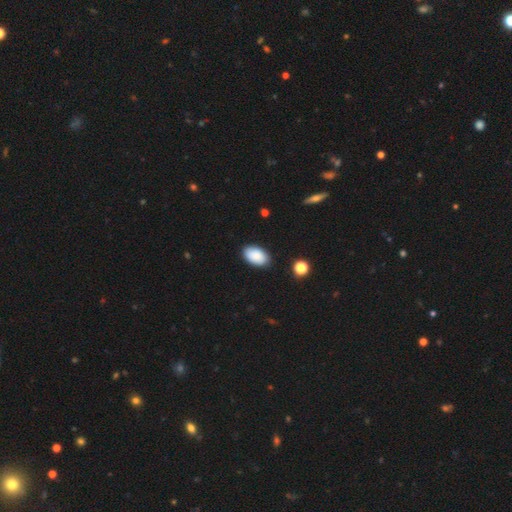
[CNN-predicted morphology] smooth-or-featured: smooth: 88% | star or artifact: 7% | featured or disk: 5%
  how-rounded: in between: 94% | round: 5% | cigar-shaped: 1%
  merging: none: 87% | minor disturbance: 9% | major disturbance: 2% | merger: 1%